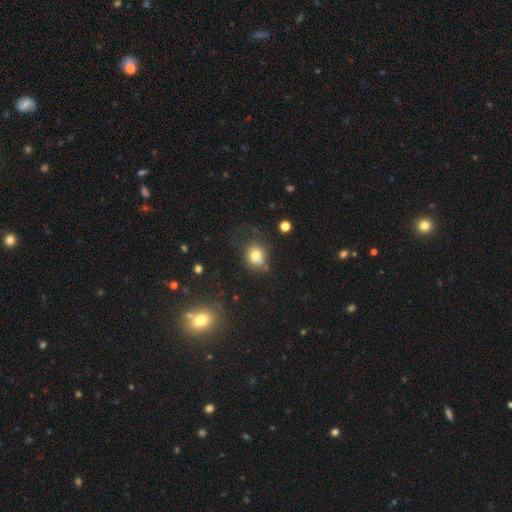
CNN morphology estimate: A smooth galaxy with no disk features (77%) that is round (74%).

Vote fractions:
- Smooth or featured? smooth: 77% / star or artifact: 13% / featured or disk: 10%
- How rounded? round: 74% / in between: 25% / cigar-shaped: 1%
- Merging? none: 61% / minor disturbance: 21% / merger: 9% / major disturbance: 9%